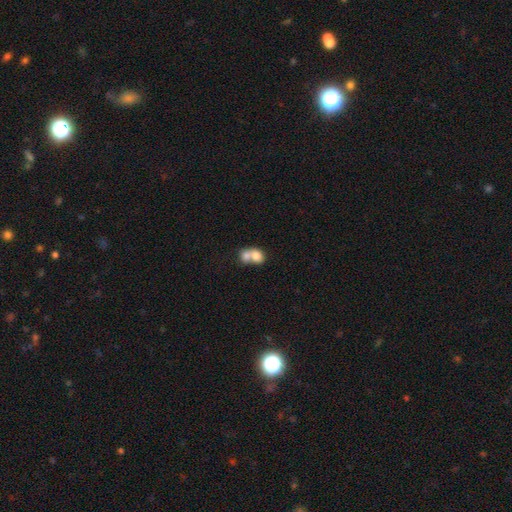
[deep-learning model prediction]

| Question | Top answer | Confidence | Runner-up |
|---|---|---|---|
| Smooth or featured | smooth | 73% | featured or disk (18%) |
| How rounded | round | 51% | in between (47%) |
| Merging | merger | 75% | none (17%) |